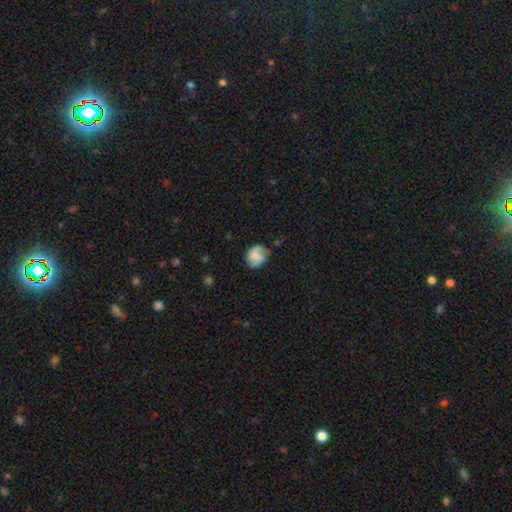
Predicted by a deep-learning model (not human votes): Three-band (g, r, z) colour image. It shows a smooth galaxy with no disk features (54%) that is round (57%). Merging: none (57%).